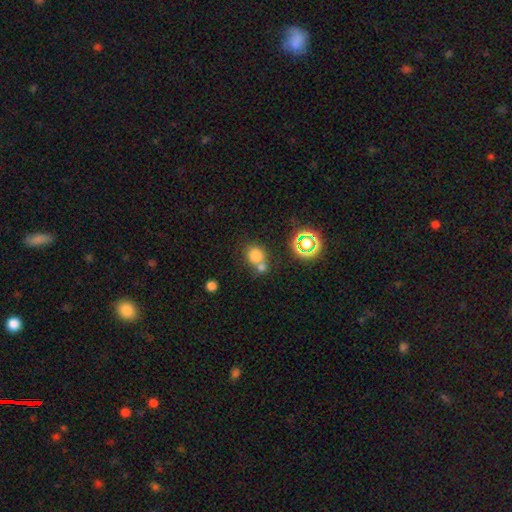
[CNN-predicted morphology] Smooth or featured?
  - smooth: 75% *
  - star or artifact: 16%
  - featured or disk: 9%
How rounded?
  - round: 74% *
  - in between: 25%
  - cigar-shaped: 1%
Merging?
  - none: 46% *
  - merger: 40%
  - minor disturbance: 10%
  - major disturbance: 4%